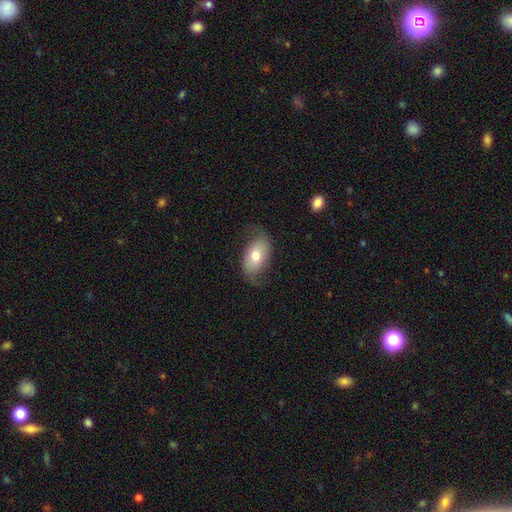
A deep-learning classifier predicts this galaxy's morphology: Smooth or featured: smooth — 56% (featured or disk — 37%)
How rounded: in between — 91% (round — 7%)
Merging: none — 67% (minor disturbance — 22%)